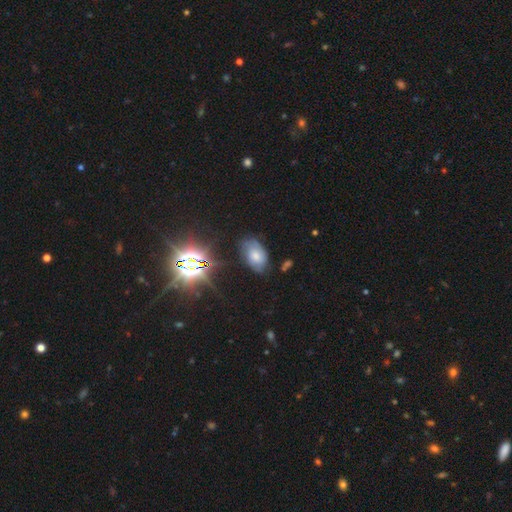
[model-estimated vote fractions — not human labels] This is possibly a smooth galaxy (49%). Merging: likely none (65%).